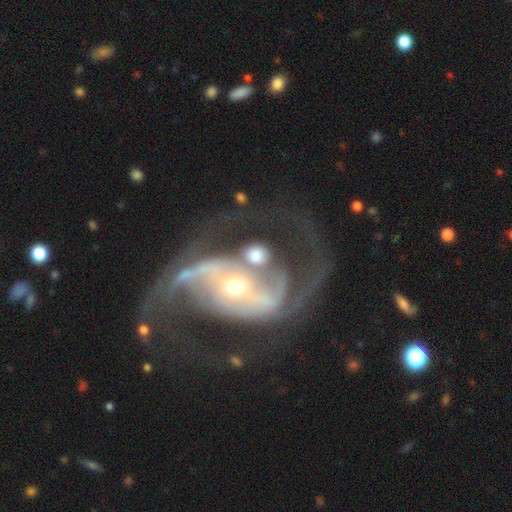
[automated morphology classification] A featured or disk galaxy (53%) with no bar (44%), spiral arms (81%) and a moderate central bulge (45%).

Vote fractions:
- Smooth or featured? featured or disk: 53% / smooth: 38% / star or artifact: 9%
- Edge-on disk? no: 95% / yes: 5%
- Bar? no: 44% / weak: 30% / strong: 26%
- Spiral arms? yes: 81% / no: 19%
- Bulge size? moderate: 45% / small: 41% / large: 8% / dominant: 3% / none: 3%
- Merging? none: 40% / merger: 31% / major disturbance: 16% / minor disturbance: 14%